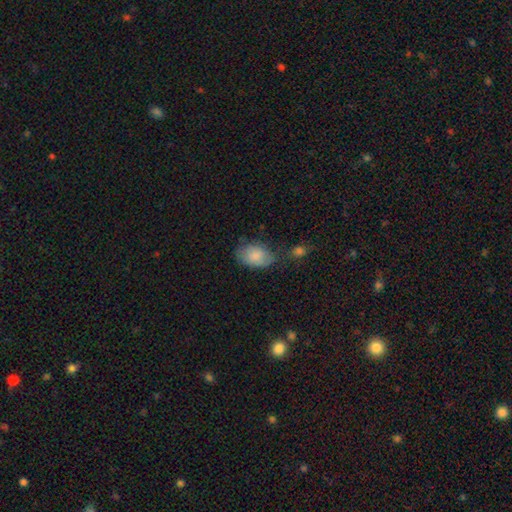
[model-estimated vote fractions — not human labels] smooth 83%, featured or disk 11%, star or artifact 6%. Down the decision tree: how rounded — in between (88%); merging — none (59%).